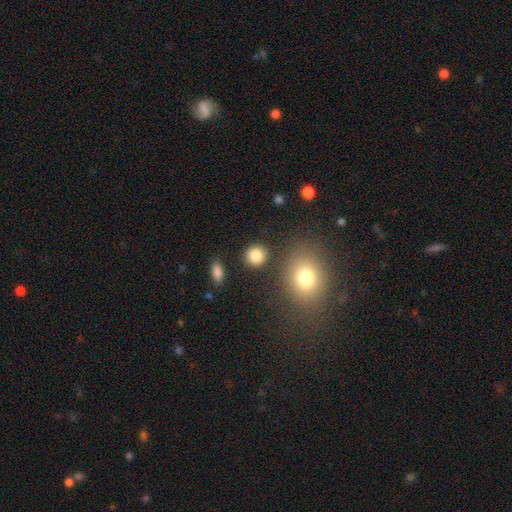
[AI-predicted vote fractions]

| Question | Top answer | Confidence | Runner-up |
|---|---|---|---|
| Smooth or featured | smooth | 85% | star or artifact (10%) |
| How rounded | round | 87% | in between (12%) |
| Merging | none | 85% | minor disturbance (8%) |